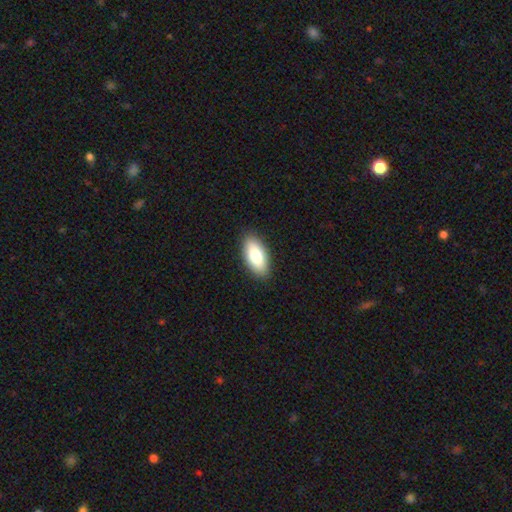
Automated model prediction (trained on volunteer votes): Morphology: type=smooth (82%); roundness=in between (88%); merging=none (89%).